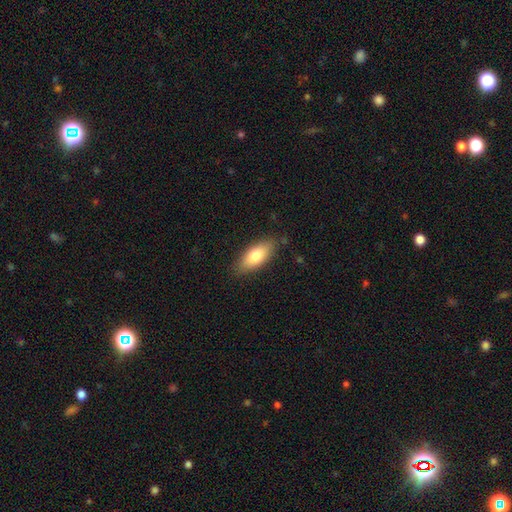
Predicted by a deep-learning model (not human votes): Morphology: type=smooth (76%); roundness=in between (82%); merging=none (83%).